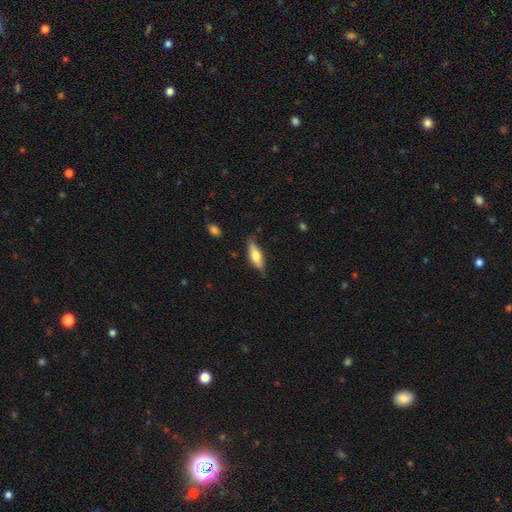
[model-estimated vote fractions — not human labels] Smooth or featured? Predicted: smooth (p=0.56). How rounded? Predicted: in between (p=0.50). Merging? Predicted: none (p=0.78).